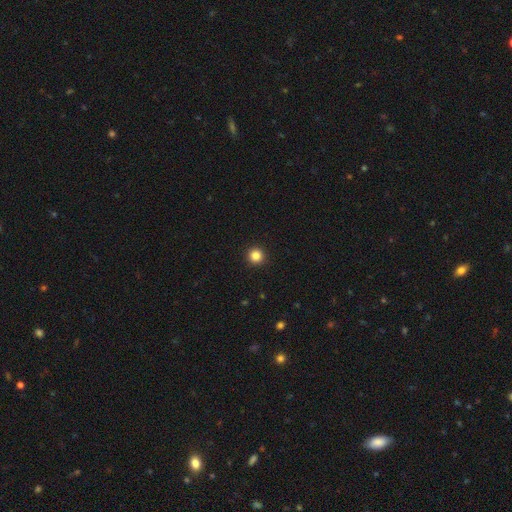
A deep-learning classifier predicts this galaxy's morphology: A smooth galaxy with no disk features (85%) that is round (96%). Merging: none (94%).